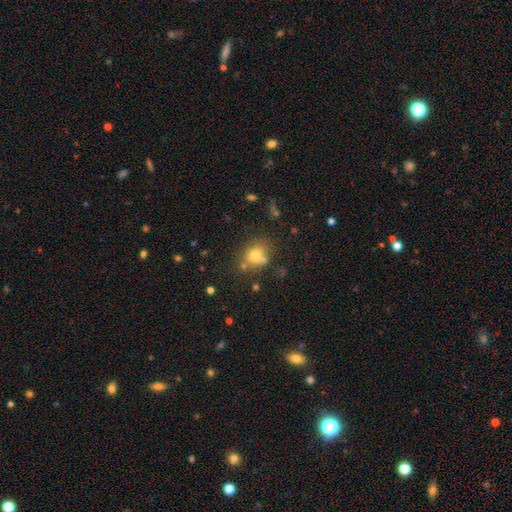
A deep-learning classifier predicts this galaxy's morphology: A smooth galaxy with no disk features (67%) that is round (52%). Merging: none (44%).